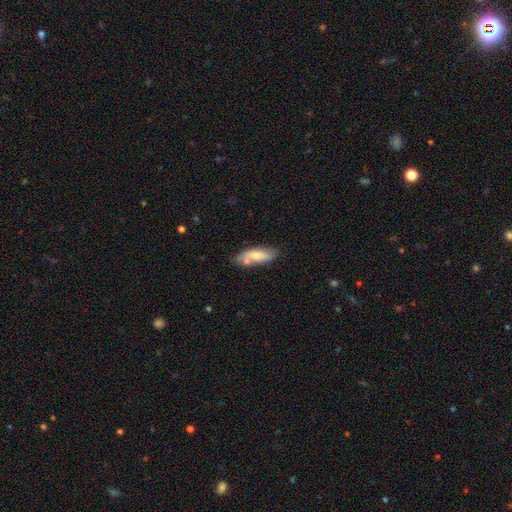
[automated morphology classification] type=smooth (65%); roundness=in between (66%); merging=none (61%).